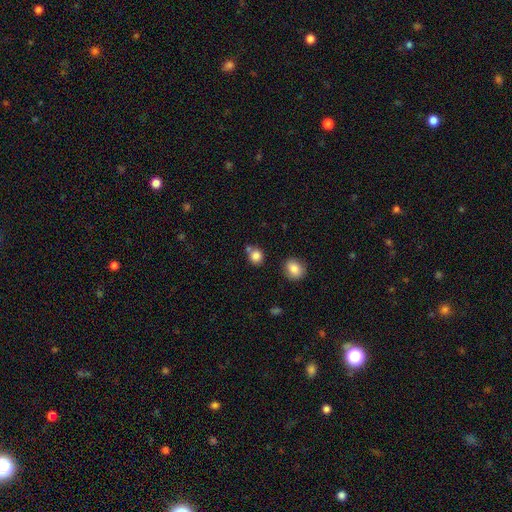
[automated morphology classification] This is clearly a smooth galaxy (83%). How rounded: likely round (79%). Merging: likely none (63%).